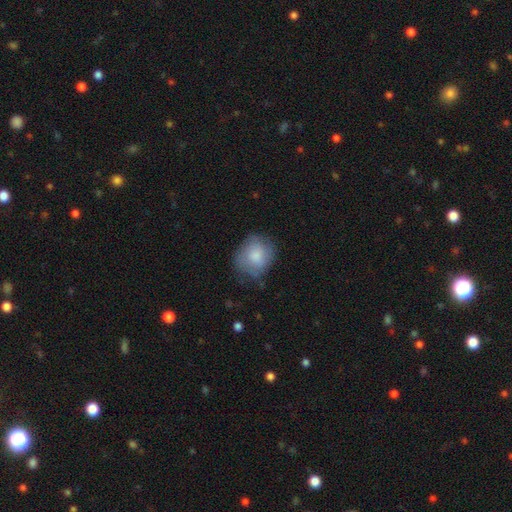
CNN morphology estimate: Smooth or featured: smooth — 75% (featured or disk — 18%)
How rounded: round — 70% (in between — 29%)
Merging: none — 59% (minor disturbance — 29%)